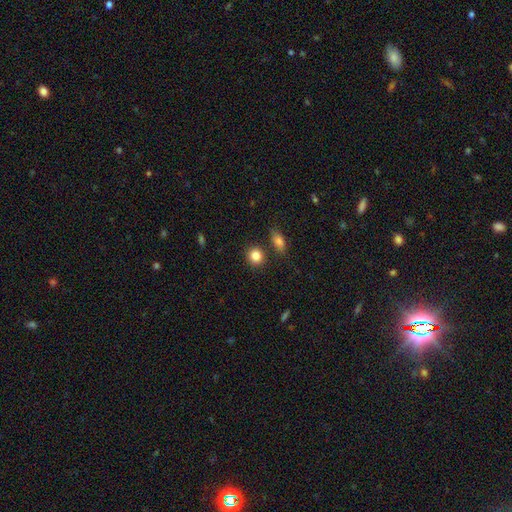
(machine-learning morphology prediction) Q: Smooth or featured?
A: smooth (86%); runner-up: star or artifact (9%)
Q: How rounded?
A: round (83%); runner-up: in between (16%)
Q: Merging?
A: none (81%); runner-up: minor disturbance (9%)